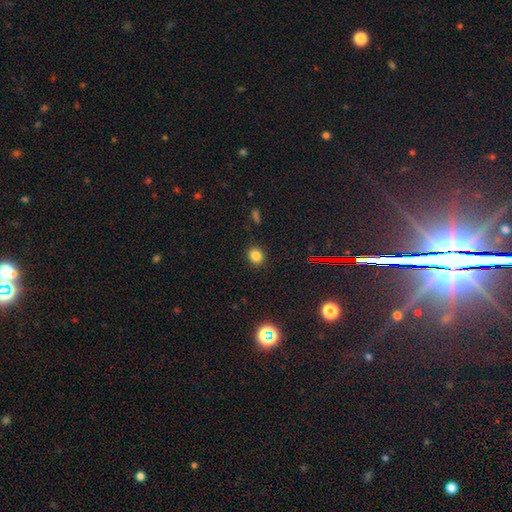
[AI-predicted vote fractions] smooth 81%, star or artifact 14%, featured or disk 5%. Down the decision tree: how rounded — round (71%); merging — none (89%).